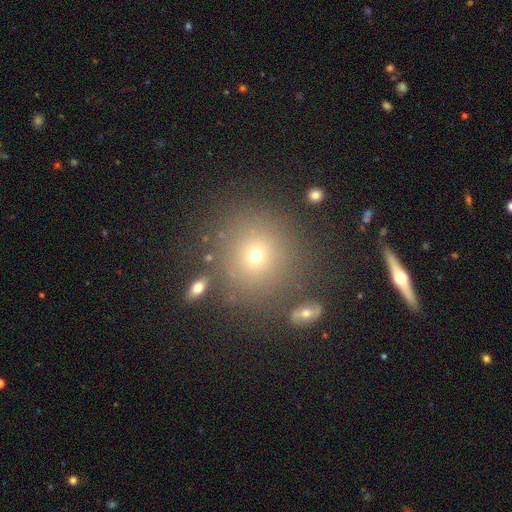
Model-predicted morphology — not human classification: smooth_or_featured: smooth (p=0.64) [alt: star or artifact p=0.23]
how_rounded: round (p=0.92) [alt: in between p=0.07]
merging: none (p=0.82) [alt: minor disturbance p=0.09]